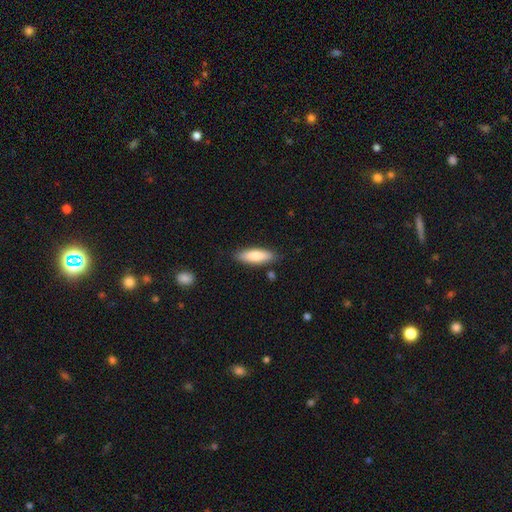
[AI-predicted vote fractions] smooth 80%, featured or disk 14%, star or artifact 6%. Down the decision tree: how rounded — in between (52%); merging — none (84%).